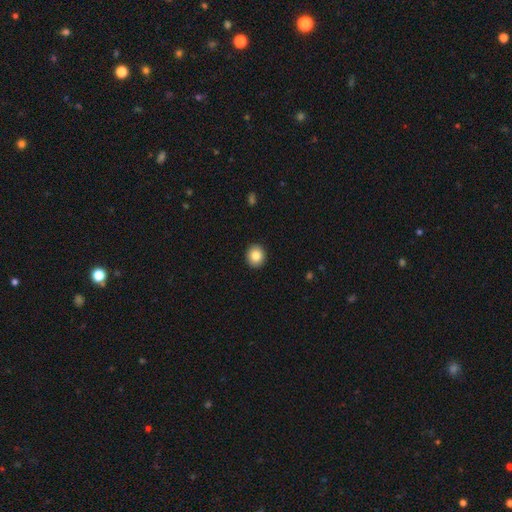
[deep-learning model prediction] smooth 86%, star or artifact 9%, featured or disk 6%. Down the decision tree: how rounded — round (79%); merging — none (92%).